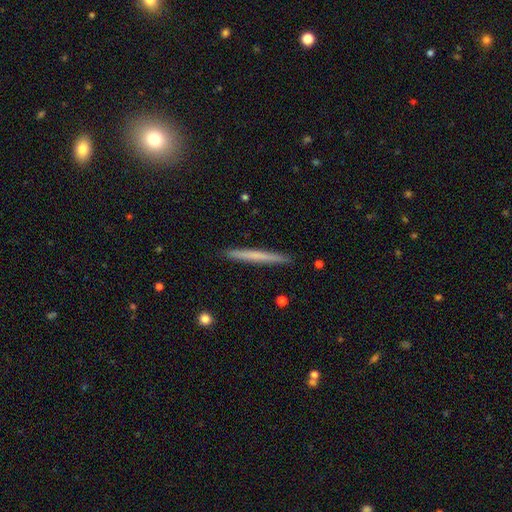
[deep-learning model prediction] Smooth or featured: smooth — 58% (featured or disk — 36%)
How rounded: cigar-shaped — 97% (in between — 2%)
Merging: none — 92% (minor disturbance — 6%)